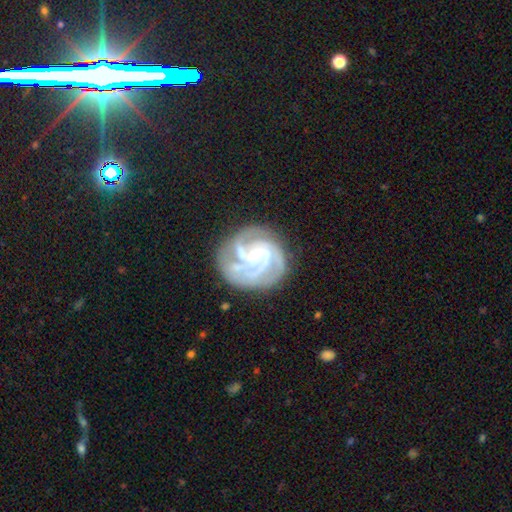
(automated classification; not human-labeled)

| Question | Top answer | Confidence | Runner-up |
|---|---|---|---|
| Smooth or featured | featured or disk | 89% | smooth (6%) |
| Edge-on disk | no | 98% | yes (2%) |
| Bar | no | 52% | weak (36%) |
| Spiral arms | yes | 98% | no (2%) |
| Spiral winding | tight | 63% | medium (33%) |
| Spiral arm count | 3 | 52% | 2 (15%) |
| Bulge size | small | 69% | moderate (25%) |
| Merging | none | 69% | minor disturbance (18%) |